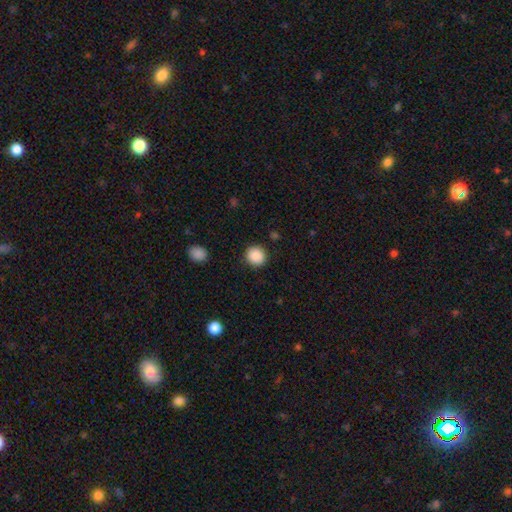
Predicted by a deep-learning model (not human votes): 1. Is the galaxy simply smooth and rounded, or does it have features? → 89% smooth, 8% star or artifact, 3% featured or disk.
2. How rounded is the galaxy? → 92% round, 7% in between, 1% cigar-shaped.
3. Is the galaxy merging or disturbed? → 91% none, 6% minor disturbance, 2% major disturbance, 1% merger.